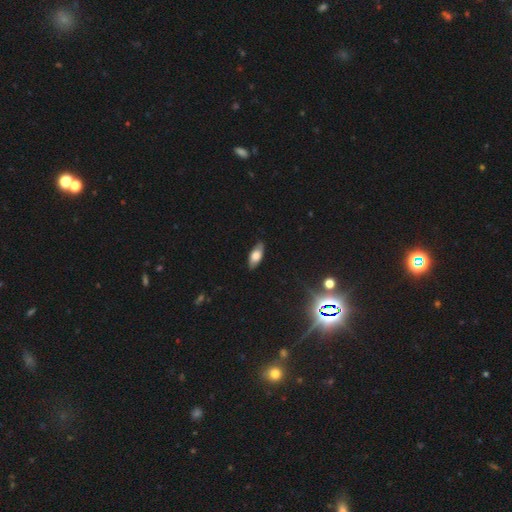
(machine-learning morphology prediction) type=smooth (68%); roundness=in between (83%); merging=none (84%).